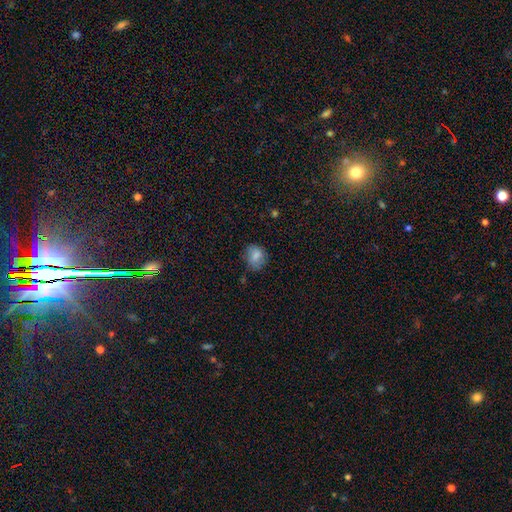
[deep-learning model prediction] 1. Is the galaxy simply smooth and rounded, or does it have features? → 78% smooth, 12% featured or disk, 10% star or artifact.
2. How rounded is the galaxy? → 60% round, 39% in between, 1% cigar-shaped.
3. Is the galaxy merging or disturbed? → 69% none, 22% minor disturbance, 7% major disturbance, 2% merger.